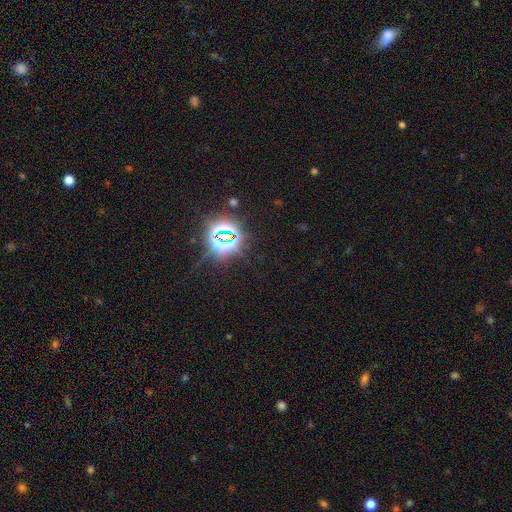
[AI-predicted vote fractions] star or artifact 79%, smooth 14%, featured or disk 6%.